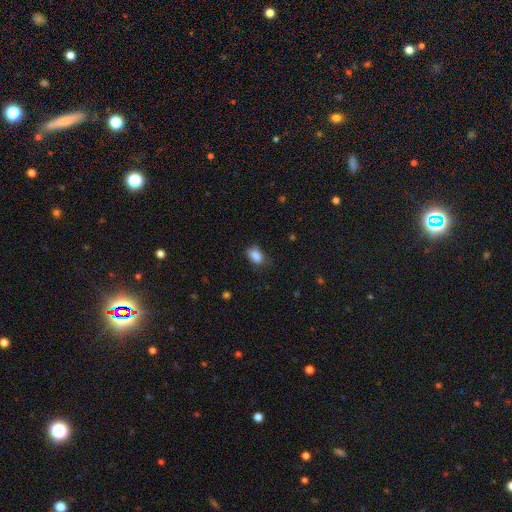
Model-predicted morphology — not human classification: Smooth or featured?
  - smooth: 87% *
  - star or artifact: 9%
  - featured or disk: 5%
How rounded?
  - in between: 82% *
  - round: 16%
  - cigar-shaped: 1%
Merging?
  - none: 69% *
  - minor disturbance: 24%
  - major disturbance: 6%
  - merger: 1%